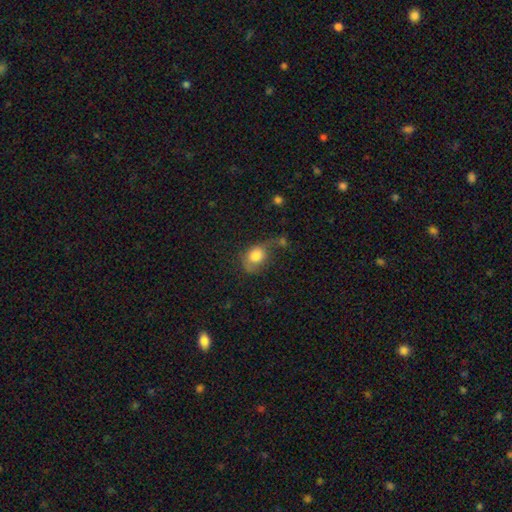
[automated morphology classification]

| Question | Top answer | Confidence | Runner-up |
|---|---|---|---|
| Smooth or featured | smooth | 77% | featured or disk (14%) |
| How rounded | round | 50% | in between (48%) |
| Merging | none | 33% | major disturbance (28%) |